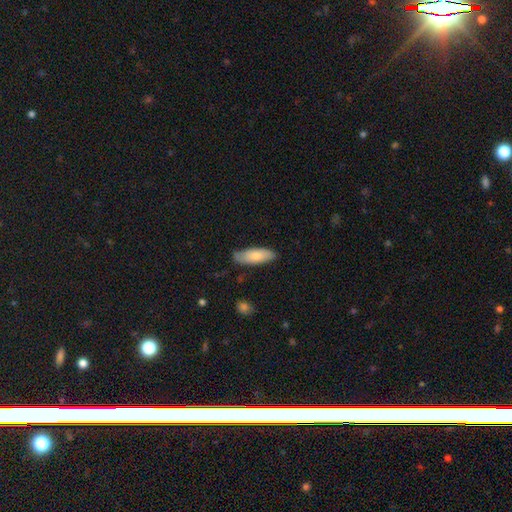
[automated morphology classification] A smooth galaxy with no disk features (76%) that is in between round and cigar-shaped (67%).

Vote fractions:
- Smooth or featured? smooth: 76% / featured or disk: 18% / star or artifact: 6%
- How rounded? in between: 67% / cigar-shaped: 31% / round: 2%
- Merging? none: 77% / minor disturbance: 19% / major disturbance: 3% / merger: 2%